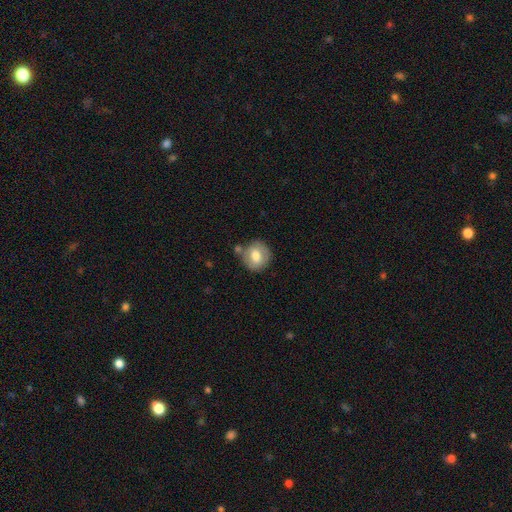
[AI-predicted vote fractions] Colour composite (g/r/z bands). It shows a smooth galaxy with no disk features (69%) that is round (81%). Merging: none (68%).